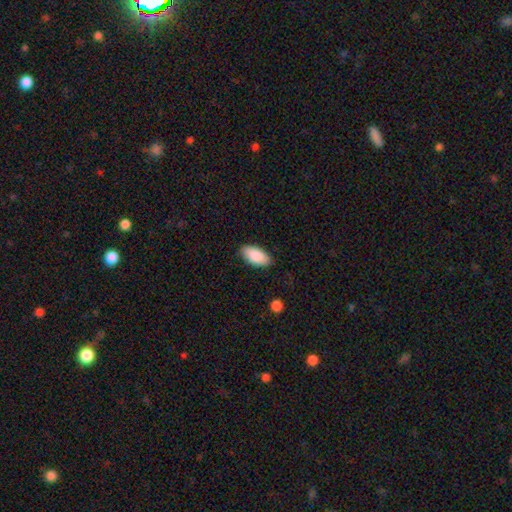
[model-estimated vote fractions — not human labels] Smooth or featured? Predicted: smooth (p=0.89). How rounded? Predicted: in between (p=0.94). Merging? Predicted: none (p=0.85).